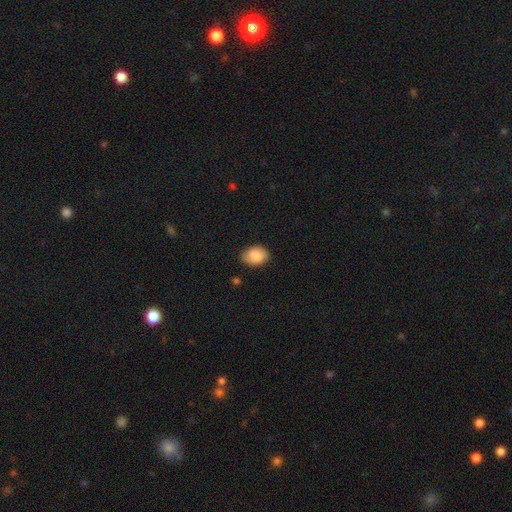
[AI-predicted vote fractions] Smooth or featured? smooth (84%)
How rounded? in between (76%)
Merging? none (81%)